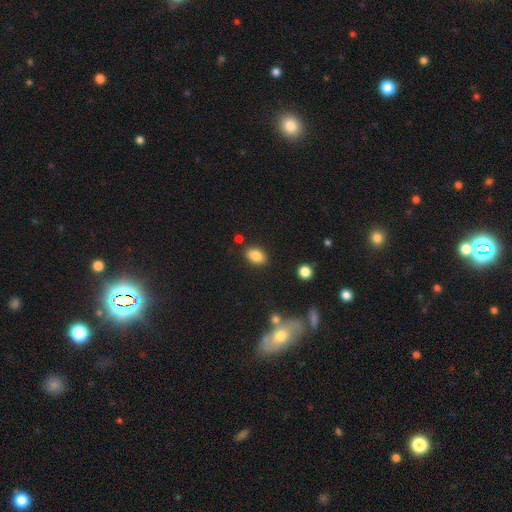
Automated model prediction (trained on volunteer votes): A smooth galaxy with no disk features (85%) that is in between round and cigar-shaped (85%).

Vote fractions:
- Smooth or featured? smooth: 85% / star or artifact: 9% / featured or disk: 6%
- How rounded? in between: 85% / round: 13% / cigar-shaped: 2%
- Merging? none: 84% / minor disturbance: 10% / merger: 3% / major disturbance: 3%